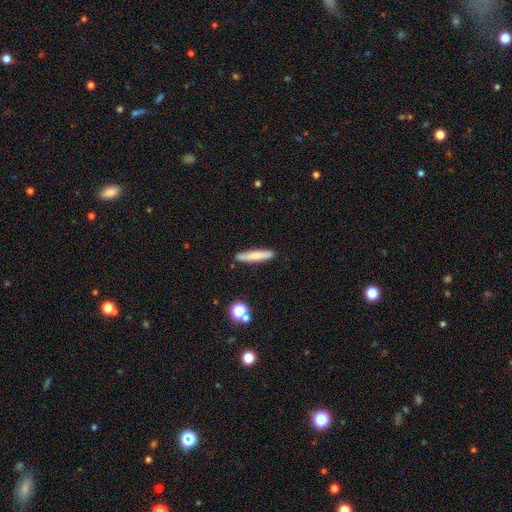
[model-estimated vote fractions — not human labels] A smooth galaxy with no disk features (76%) that is cigar-shaped (90%). Merging: none (86%).